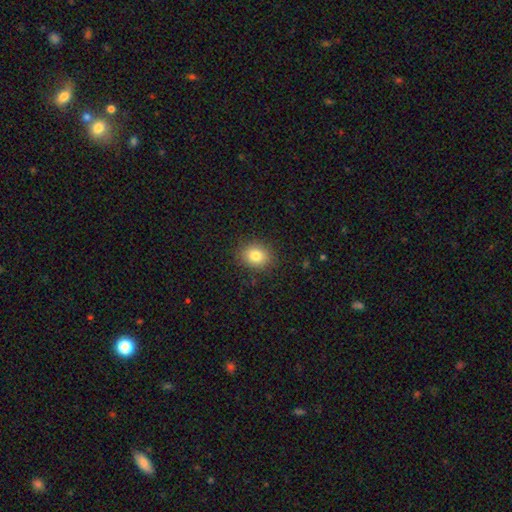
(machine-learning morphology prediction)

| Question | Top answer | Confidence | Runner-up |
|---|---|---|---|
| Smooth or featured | smooth | 81% | star or artifact (11%) |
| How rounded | round | 67% | in between (32%) |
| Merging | none | 88% | minor disturbance (9%) |